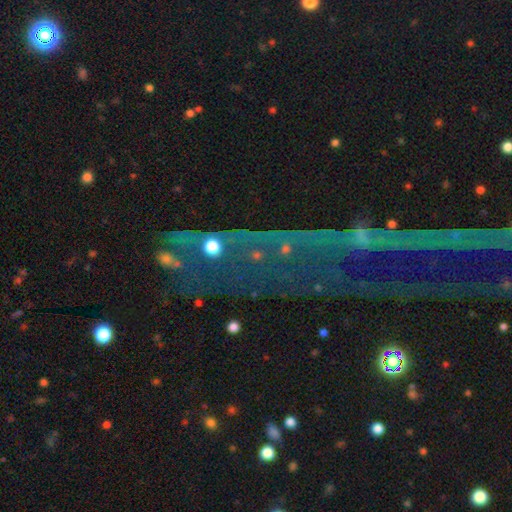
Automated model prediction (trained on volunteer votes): This appears to be a star or artifact, not a galaxy (58%).